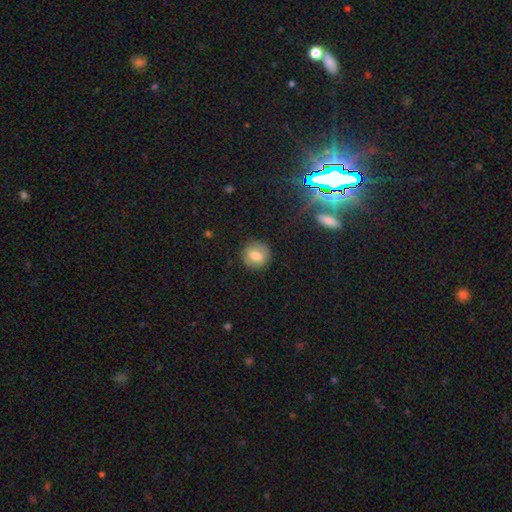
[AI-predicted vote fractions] This appears to be a smooth galaxy with no disk features (66%) that is round (85%). Merging: none (85%).